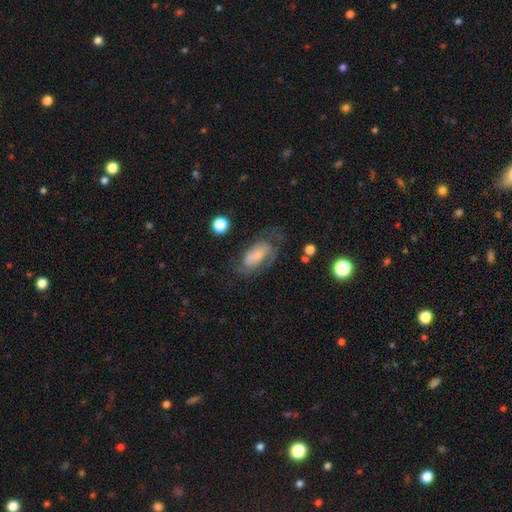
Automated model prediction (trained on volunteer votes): This is possibly a featured or disk galaxy (58%). It is clearly not viewed edge-on (94%). Bar: possibly no (55%). Spiral arm pattern: clearly yes (81%). Central bulge: marginally small (40%). Merging: possibly none (49%).